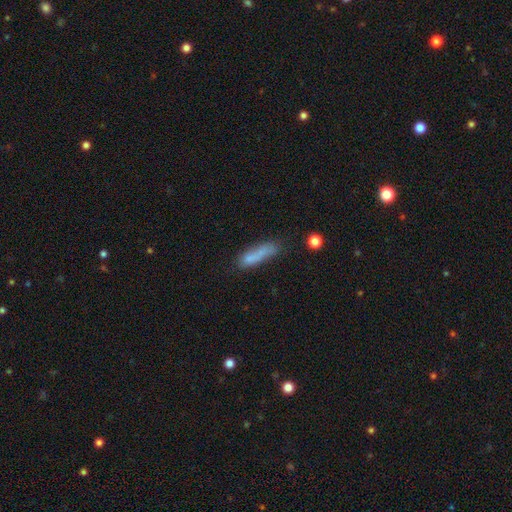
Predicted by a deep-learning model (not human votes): The model was most divided on "merging": none: 53%, minor disturbance: 24%, major disturbance: 12%, merger: 11%. More confident: how rounded — cigar-shaped (72%); smooth or featured — smooth (72%).